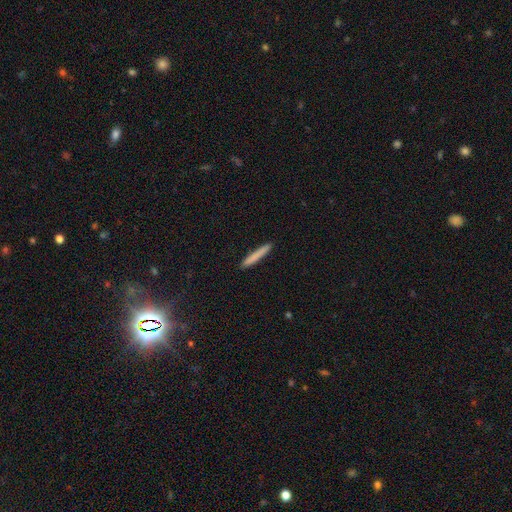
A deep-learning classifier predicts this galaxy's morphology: Overall: smooth (79%). How rounded: cigar-shaped (96%). Merging: none (92%).